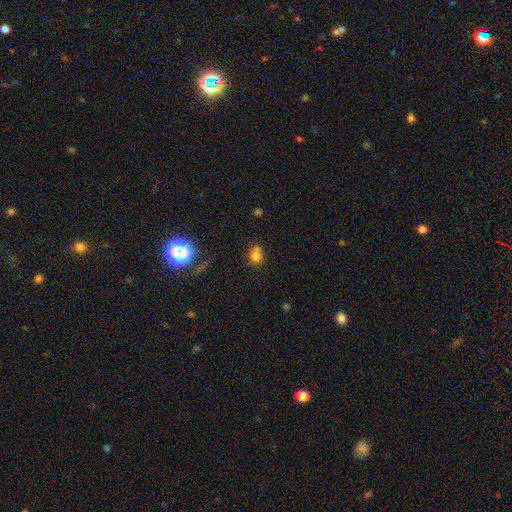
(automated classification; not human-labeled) smooth-or-featured: smooth: 73% | star or artifact: 18% | featured or disk: 9%
  how-rounded: round: 68% | in between: 30% | cigar-shaped: 1%
  merging: none: 55% | merger: 23% | minor disturbance: 15% | major disturbance: 6%